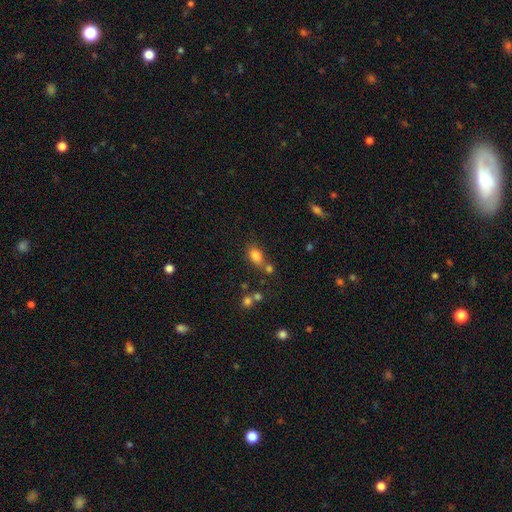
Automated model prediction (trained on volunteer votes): Smooth or featured? Predicted: smooth (p=0.81). How rounded? Predicted: in between (p=0.77). Merging? Predicted: none (p=0.55).